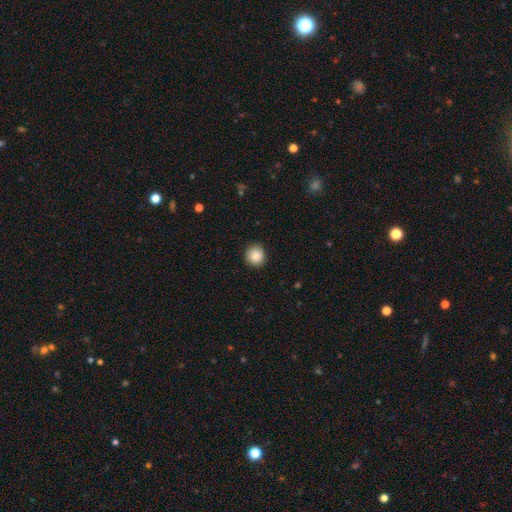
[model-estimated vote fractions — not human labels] Q: Smooth or featured?
A: smooth (87%); runner-up: star or artifact (9%)
Q: How rounded?
A: round (91%); runner-up: in between (8%)
Q: Merging?
A: none (88%); runner-up: minor disturbance (9%)